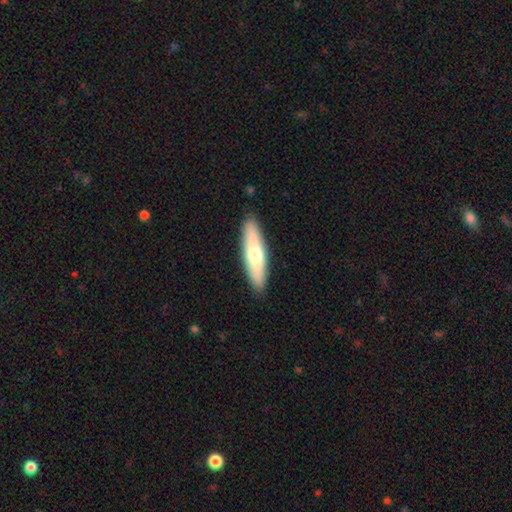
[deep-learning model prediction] Smooth or featured? smooth (65%)
How rounded? cigar-shaped (69%)
Merging? none (89%)